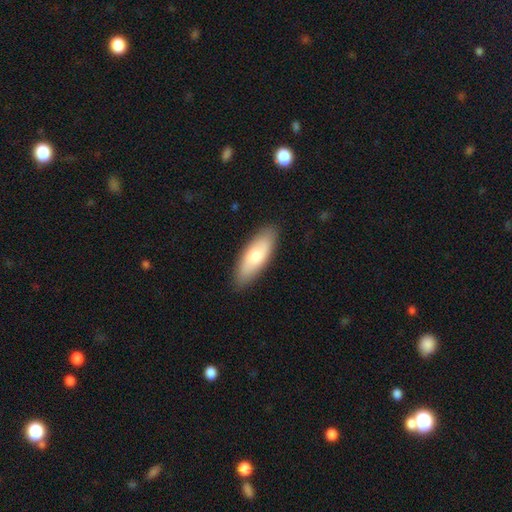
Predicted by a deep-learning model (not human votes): A smooth galaxy with no disk features (73%) that is in between round and cigar-shaped (68%).

Vote fractions:
- Smooth or featured? smooth: 73% / featured or disk: 22% / star or artifact: 5%
- How rounded? in between: 68% / cigar-shaped: 29% / round: 2%
- Merging? none: 87% / minor disturbance: 10% / major disturbance: 2% / merger: 1%